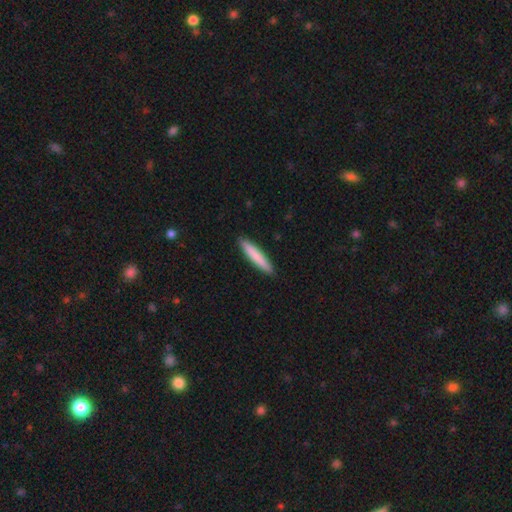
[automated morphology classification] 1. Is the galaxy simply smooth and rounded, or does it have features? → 82% smooth, 13% featured or disk, 5% star or artifact.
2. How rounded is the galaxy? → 93% cigar-shaped, 6% in between, 1% round.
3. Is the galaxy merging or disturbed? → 92% none, 6% minor disturbance, 1% major disturbance, 1% merger.